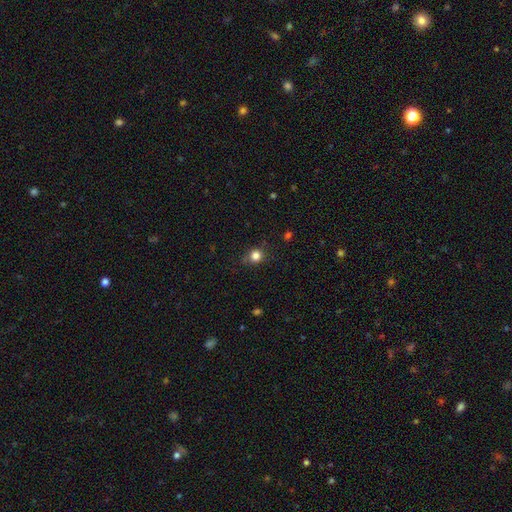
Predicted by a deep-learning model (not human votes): smooth-or-featured: smooth: 82% | star or artifact: 13% | featured or disk: 6%
  how-rounded: round: 84% | in between: 15% | cigar-shaped: 1%
  merging: none: 76% | minor disturbance: 17% | major disturbance: 4% | merger: 2%